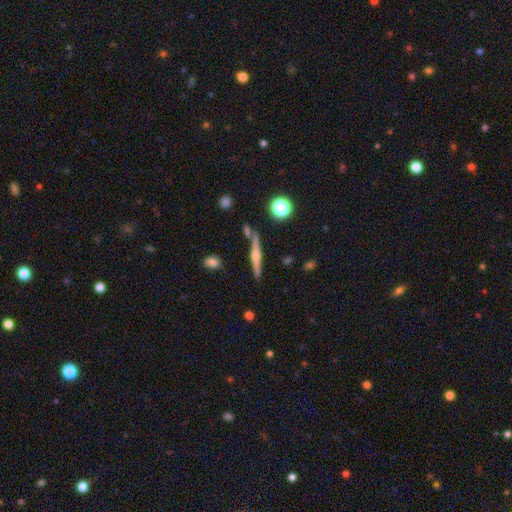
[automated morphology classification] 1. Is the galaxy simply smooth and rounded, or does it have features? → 72% featured or disk, 20% smooth, 8% star or artifact.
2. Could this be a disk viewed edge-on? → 97% yes, 3% no.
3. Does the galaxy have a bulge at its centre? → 92% rounded, 4% boxy, 4% none.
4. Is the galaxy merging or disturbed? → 83% none, 9% minor disturbance, 6% merger, 2% major disturbance.